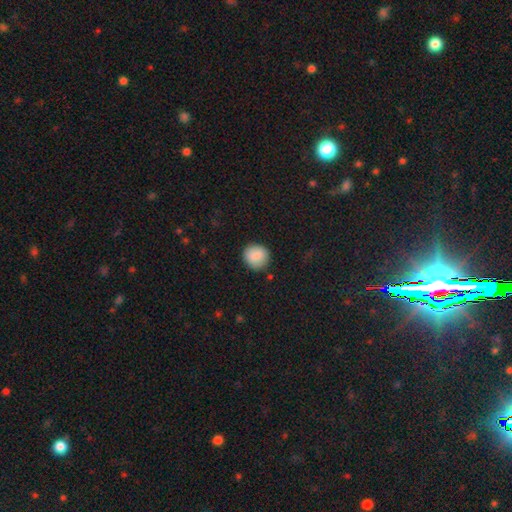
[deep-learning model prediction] smooth-or-featured: smooth: 88% | star or artifact: 8% | featured or disk: 5%
  how-rounded: round: 90% | in between: 9% | cigar-shaped: 1%
  merging: none: 88% | minor disturbance: 9% | major disturbance: 2% | merger: 1%